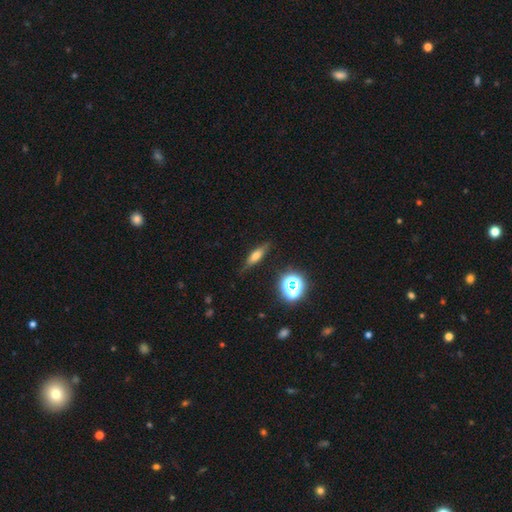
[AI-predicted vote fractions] Overall: smooth (53%; featured or disk 32%). How rounded: cigar-shaped (58%; in between 36%). Merging: none (79%).